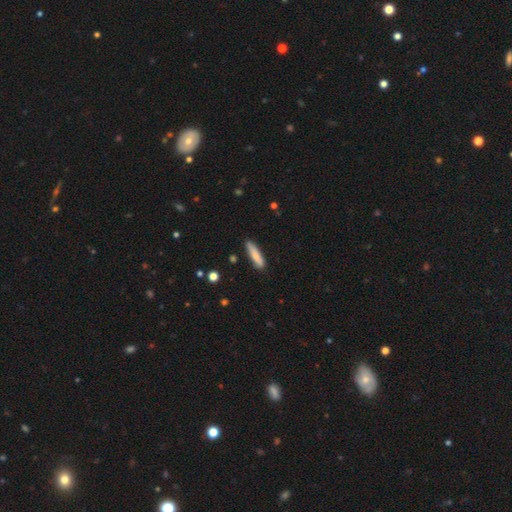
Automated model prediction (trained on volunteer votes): The model was most divided on "how rounded": cigar-shaped: 80%, in between: 19%, round: 1%. More confident: merging — none (82%); smooth or featured — smooth (82%).